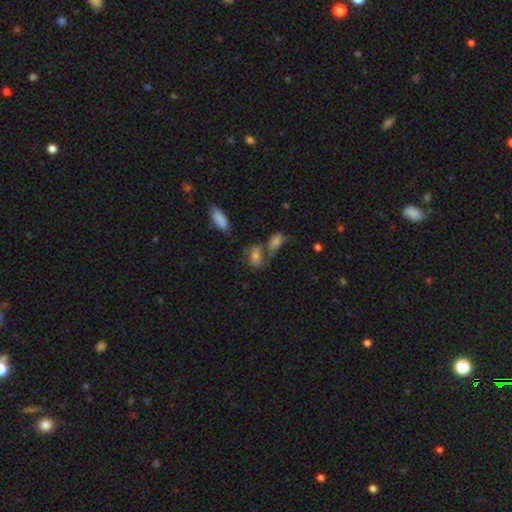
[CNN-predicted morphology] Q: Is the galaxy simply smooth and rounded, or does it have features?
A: smooth — 62%.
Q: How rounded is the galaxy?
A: in between — 75%.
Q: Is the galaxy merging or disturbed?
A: none — 43%.